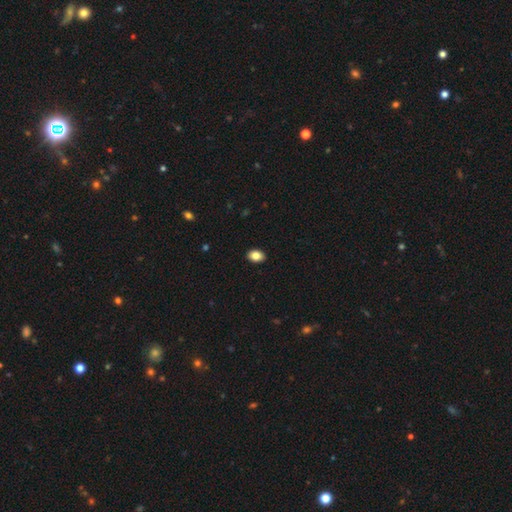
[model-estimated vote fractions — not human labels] Smooth or featured: smooth — 85% (star or artifact — 8%)
How rounded: in between — 80% (round — 19%)
Merging: none — 91% (minor disturbance — 7%)